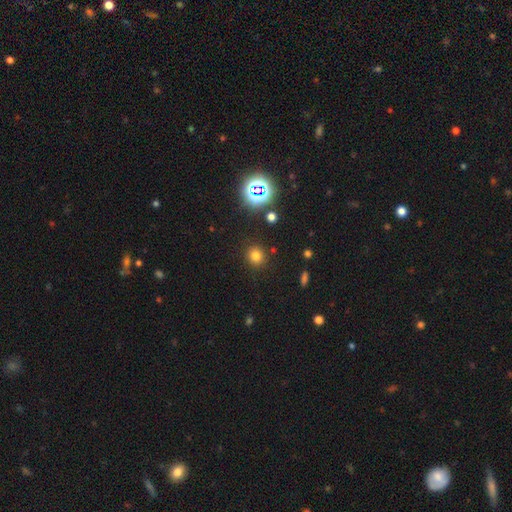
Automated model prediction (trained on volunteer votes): This is likely a smooth galaxy (73%). How rounded: clearly round (87%). Merging: clearly none (88%).